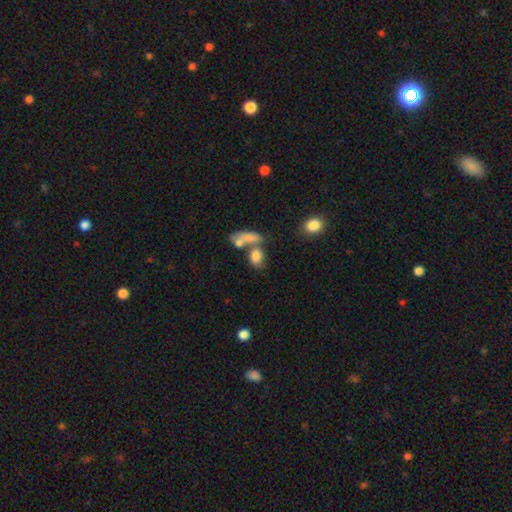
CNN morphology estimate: The model was most divided on "merging": merger: 40%, none: 39%, minor disturbance: 13%, major disturbance: 8%. More confident: smooth or featured — smooth (79%); how rounded — in between (68%).